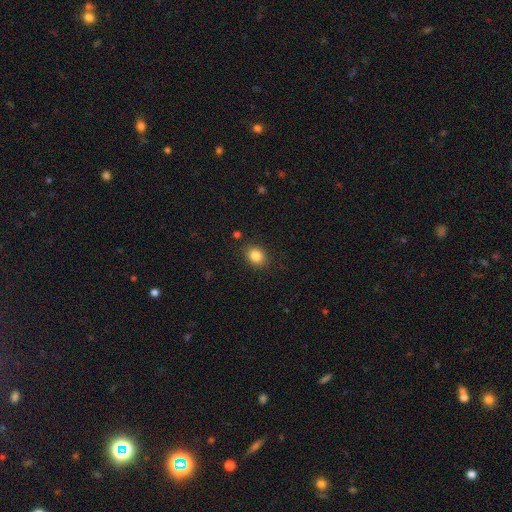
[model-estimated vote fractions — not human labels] The model was most divided on "how rounded": round: 52%, in between: 47%, cigar-shaped: 1%. More confident: merging — none (86%); smooth or featured — smooth (85%).